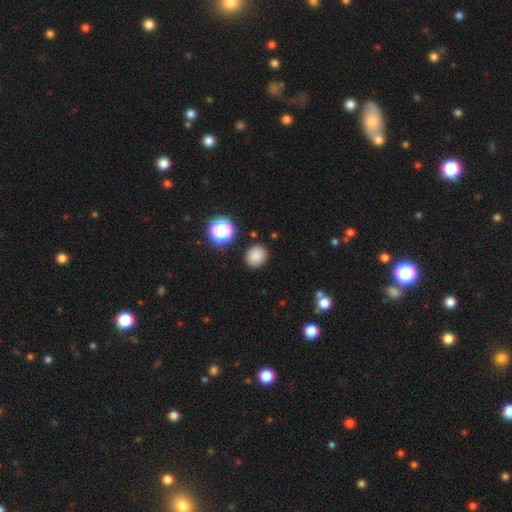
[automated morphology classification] Smooth or featured: smooth — 83% (star or artifact — 13%)
How rounded: round — 76% (in between — 23%)
Merging: none — 87% (minor disturbance — 8%)